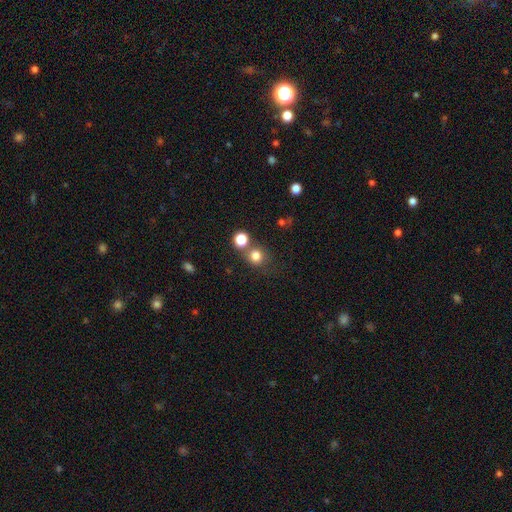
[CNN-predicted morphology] Smooth or featured? smooth (79%)
How rounded? round (85%)
Merging? none (64%)